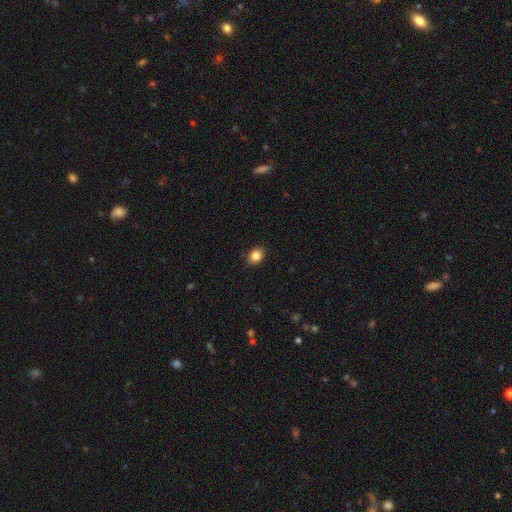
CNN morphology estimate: Smooth or featured? smooth (86%)
How rounded? in between (59%)
Merging? none (88%)